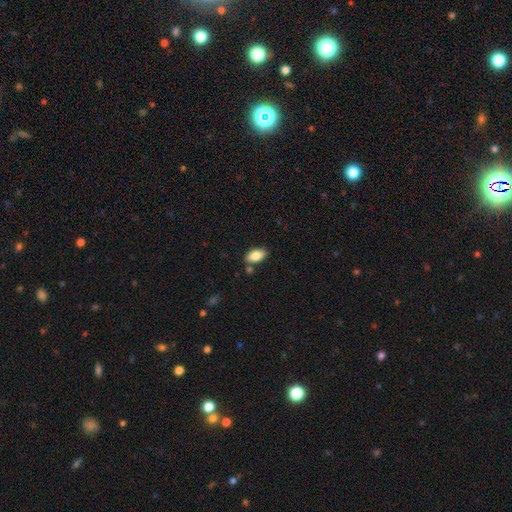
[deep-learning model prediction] Smooth or featured? smooth (84%)
How rounded? in between (93%)
Merging? none (79%)